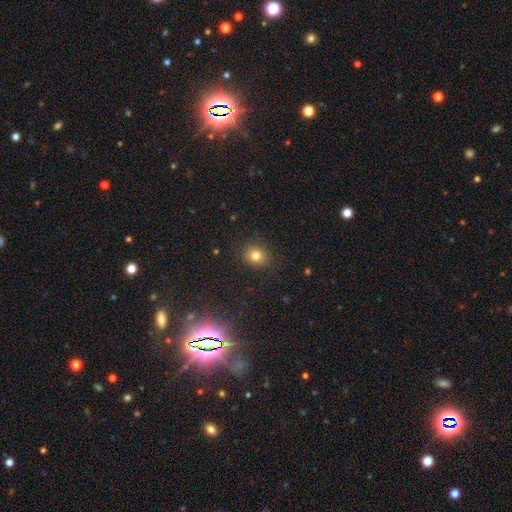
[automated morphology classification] Q: Smooth or featured?
A: smooth (78%); runner-up: star or artifact (14%)
Q: How rounded?
A: round (77%); runner-up: in between (22%)
Q: Merging?
A: none (88%); runner-up: minor disturbance (8%)